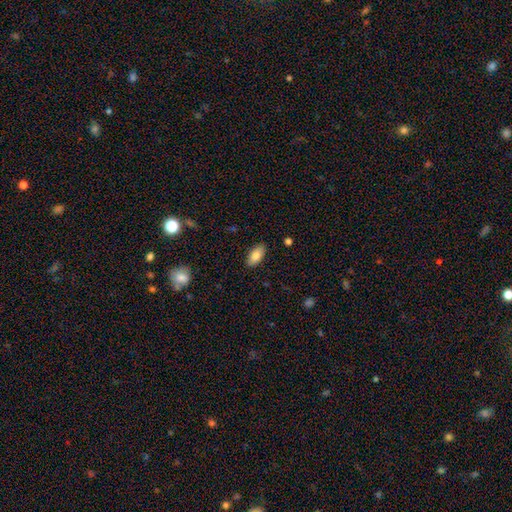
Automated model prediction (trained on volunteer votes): This appears to be a smooth galaxy with no disk features (83%) that is in between round and cigar-shaped (91%). Merging: none (87%).